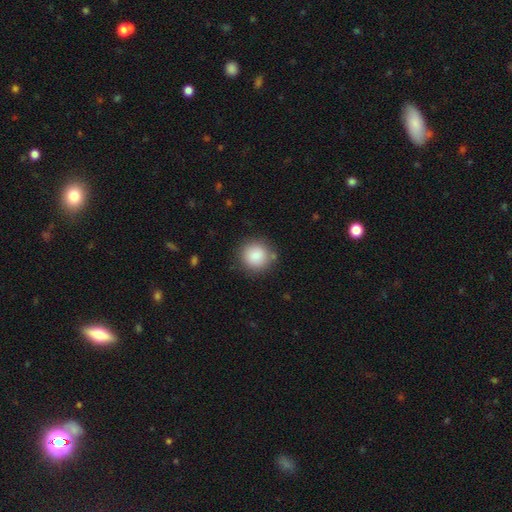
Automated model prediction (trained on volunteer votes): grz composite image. It shows a smooth galaxy with no disk features (85%) that is round (93%). Merging: none (85%).